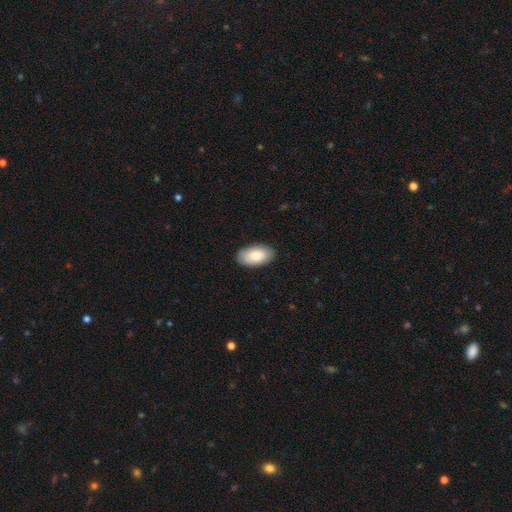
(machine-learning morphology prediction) A smooth galaxy with no disk features (85%) that is in between round and cigar-shaped (96%).

Vote fractions:
- Smooth or featured? smooth: 85% / featured or disk: 9% / star or artifact: 5%
- How rounded? in between: 96% / round: 3% / cigar-shaped: 2%
- Merging? none: 88% / minor disturbance: 9% / major disturbance: 2% / merger: 1%